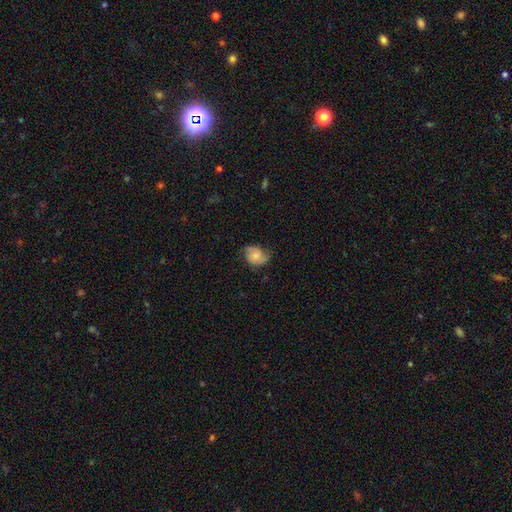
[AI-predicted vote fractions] Overall: smooth (53%; featured or disk 39%). How rounded: in between (57%; round 41%). Merging: none (61%; minor disturbance 29%).